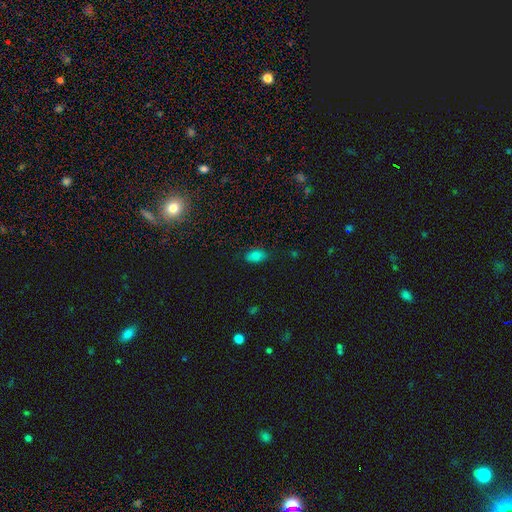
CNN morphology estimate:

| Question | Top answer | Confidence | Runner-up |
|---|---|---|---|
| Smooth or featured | smooth | 81% | star or artifact (13%) |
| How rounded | in between | 91% | round (7%) |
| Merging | none | 82% | minor disturbance (14%) |